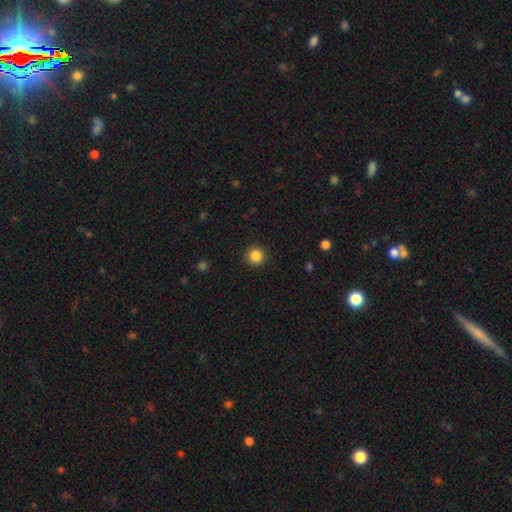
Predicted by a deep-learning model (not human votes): A smooth galaxy with no disk features (86%) that is round (95%). Merging: none (92%).